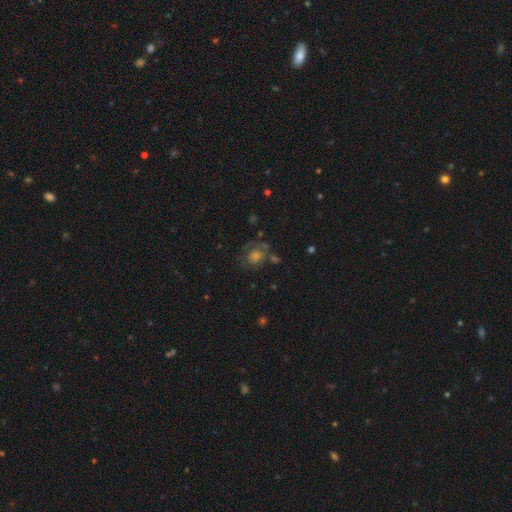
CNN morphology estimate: Smooth or featured? Predicted: smooth (p=0.39). Merging? Predicted: none (p=0.58).